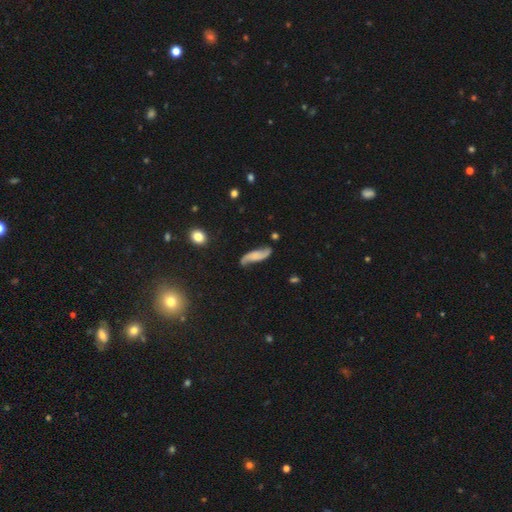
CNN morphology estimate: Smooth or featured? featured or disk (65%)
Edge-on disk? no (88%)
Bar? no (61%)
Spiral arms? yes (94%)
Spiral winding? loose (72%)
Spiral arm count? 2 (92%)
Bulge size? none (54%)
Merging? none (71%)